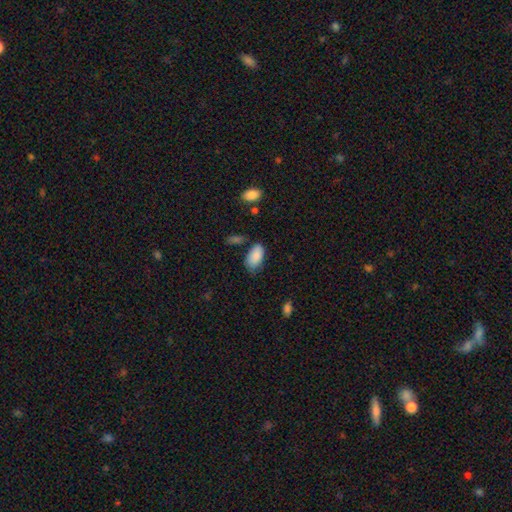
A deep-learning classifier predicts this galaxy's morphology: A smooth galaxy with no disk features (88%) that is in between round and cigar-shaped (95%).

Vote fractions:
- Smooth or featured? smooth: 88% / star or artifact: 7% / featured or disk: 5%
- How rounded? in between: 95% / round: 3% / cigar-shaped: 2%
- Merging? none: 64% / minor disturbance: 26% / major disturbance: 6% / merger: 5%